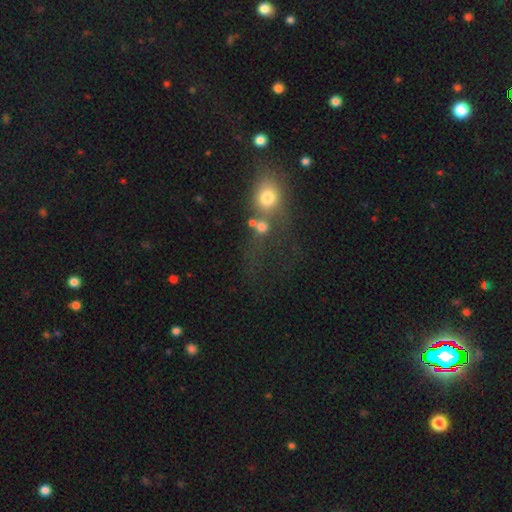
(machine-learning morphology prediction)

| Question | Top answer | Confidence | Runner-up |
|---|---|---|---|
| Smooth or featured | smooth | 52% | star or artifact (31%) |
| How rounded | round | 63% | in between (32%) |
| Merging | merger | 43% | none (31%) |